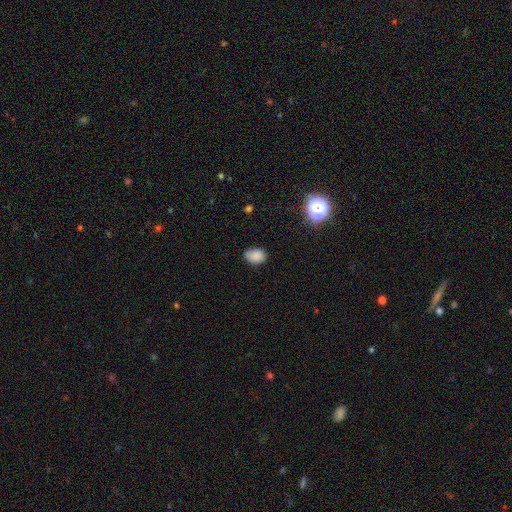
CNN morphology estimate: Smooth or featured? smooth (84%)
How rounded? in between (76%)
Merging? none (72%)